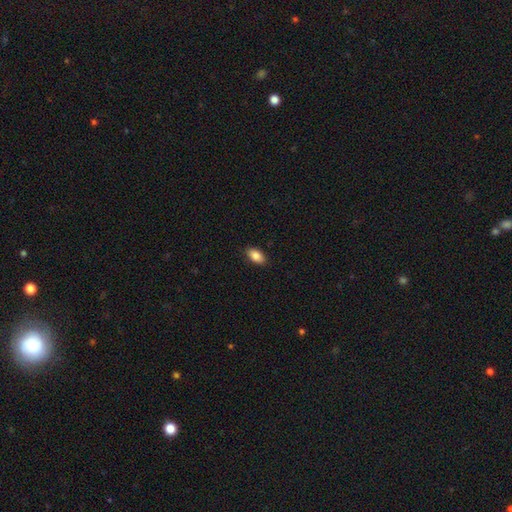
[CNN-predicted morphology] Smooth or featured: smooth — 86% (star or artifact — 7%)
How rounded: in between — 92% (round — 6%)
Merging: none — 88% (minor disturbance — 9%)